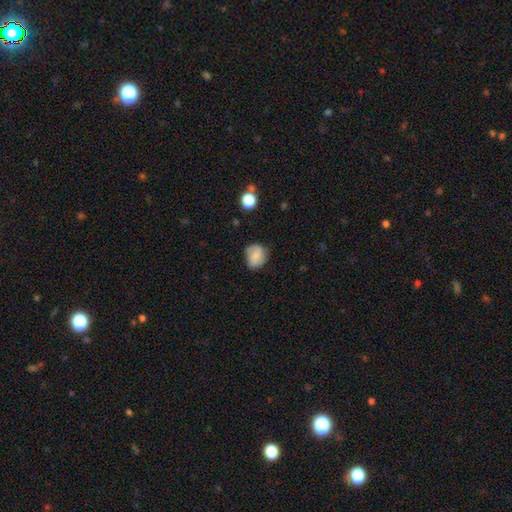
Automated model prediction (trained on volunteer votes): A smooth galaxy with no disk features (74%) that is round (64%).

Vote fractions:
- Smooth or featured? smooth: 74% / featured or disk: 17% / star or artifact: 9%
- How rounded? round: 64% / in between: 35% / cigar-shaped: 1%
- Merging? none: 66% / minor disturbance: 26% / major disturbance: 6% / merger: 2%